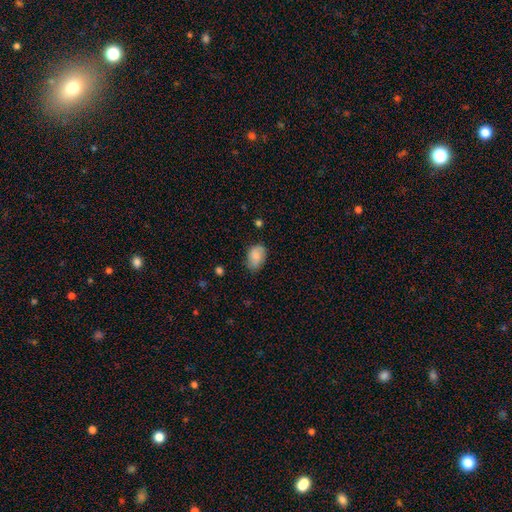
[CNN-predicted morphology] smooth-or-featured: smooth: 77% | featured or disk: 16% | star or artifact: 8%
  how-rounded: in between: 83% | round: 16% | cigar-shaped: 1%
  merging: none: 71% | minor disturbance: 23% | major disturbance: 5% | merger: 1%